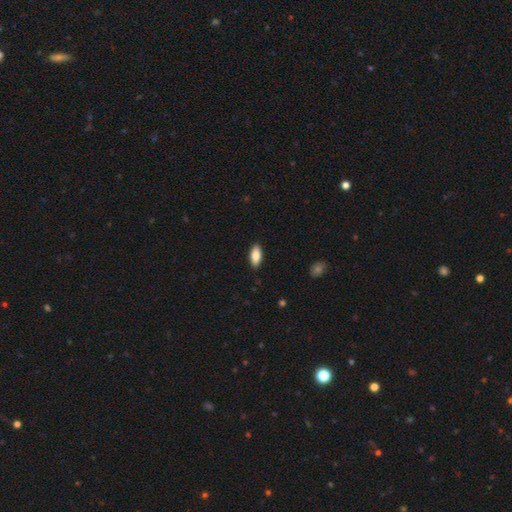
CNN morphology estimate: smooth-or-featured: smooth: 84% | featured or disk: 9% | star or artifact: 6%
  how-rounded: in between: 86% | cigar-shaped: 12% | round: 2%
  merging: none: 89% | minor disturbance: 8% | major disturbance: 2% | merger: 1%